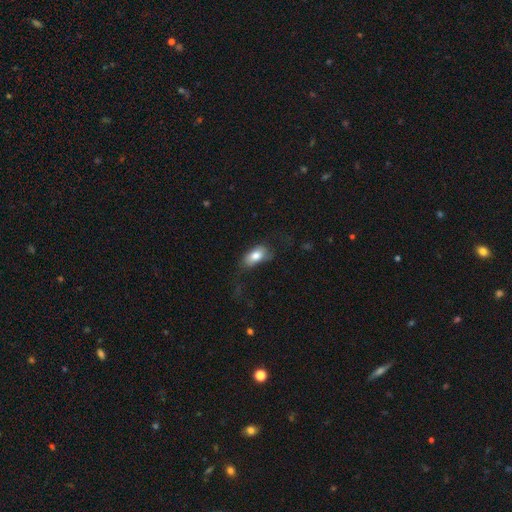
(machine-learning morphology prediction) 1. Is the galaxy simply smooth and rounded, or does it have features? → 78% smooth, 15% featured or disk, 7% star or artifact.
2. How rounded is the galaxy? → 91% in between, 5% round, 4% cigar-shaped.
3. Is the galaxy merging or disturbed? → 51% none, 26% minor disturbance, 21% major disturbance, 2% merger.